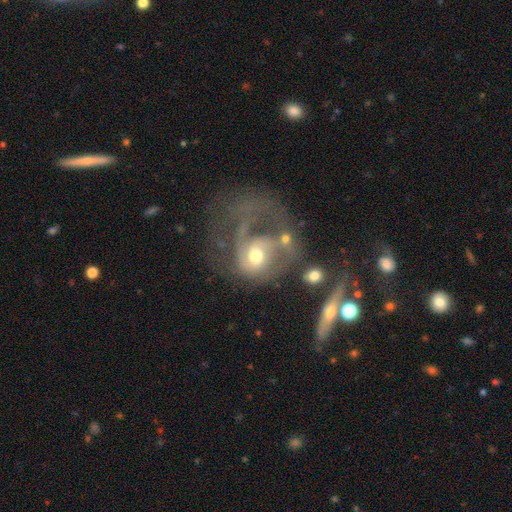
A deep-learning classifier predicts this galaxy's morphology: smooth_or_featured: featured or disk (p=0.68) [alt: smooth p=0.24]
disk_edge_on: no (p=0.97) [alt: yes p=0.03]
bar: no (p=0.69) [alt: weak p=0.25]
has_spiral_arms: yes (p=0.75) [alt: no p=0.25]
bulge_size: moderate (p=0.65) [alt: small p=0.21]
merging: major disturbance (p=0.53) [alt: none p=0.20]